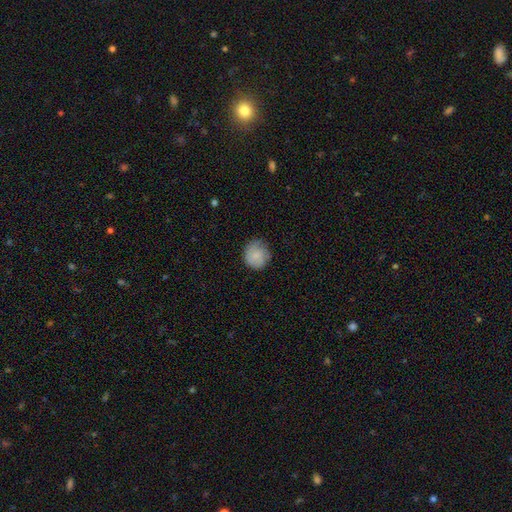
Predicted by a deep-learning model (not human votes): smooth 74%, featured or disk 19%, star or artifact 7%. Down the decision tree: how rounded — round (86%); merging — none (68%).